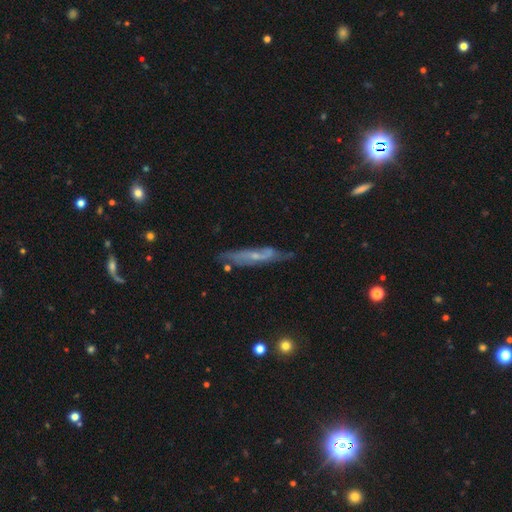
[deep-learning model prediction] Smooth or featured: featured or disk — 65% (smooth — 26%)
Edge-on disk: yes — 59% (no — 41%)
Merging: none — 67% (minor disturbance — 23%)